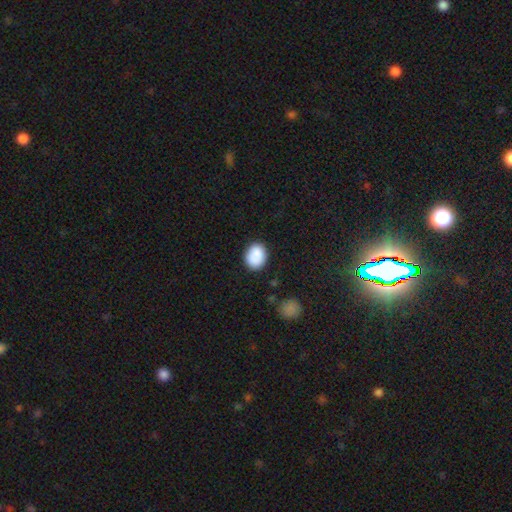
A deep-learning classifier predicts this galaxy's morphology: The model was most divided on "how rounded": round: 51%, in between: 48%, cigar-shaped: 1%. More confident: smooth or featured — smooth (88%); merging — none (82%).